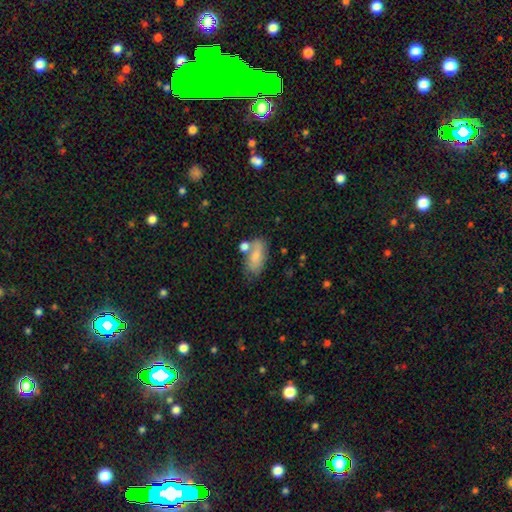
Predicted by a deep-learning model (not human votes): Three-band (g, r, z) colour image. It shows a smooth galaxy with no disk features (73%) that is in between round and cigar-shaped (86%). Merging: none (52%).